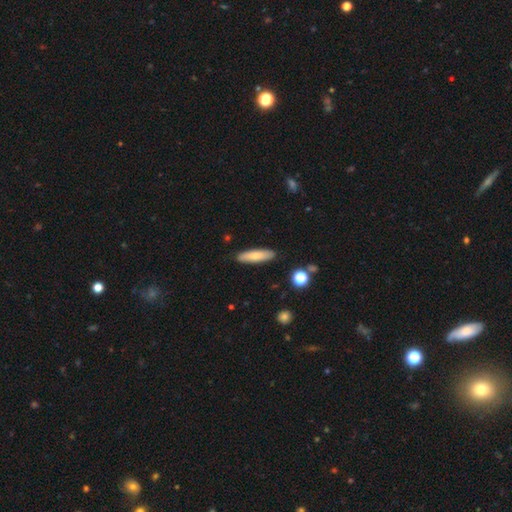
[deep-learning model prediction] Q: Smooth or featured?
A: smooth (77%); runner-up: featured or disk (16%)
Q: How rounded?
A: cigar-shaped (69%); runner-up: in between (29%)
Q: Merging?
A: none (88%); runner-up: minor disturbance (9%)